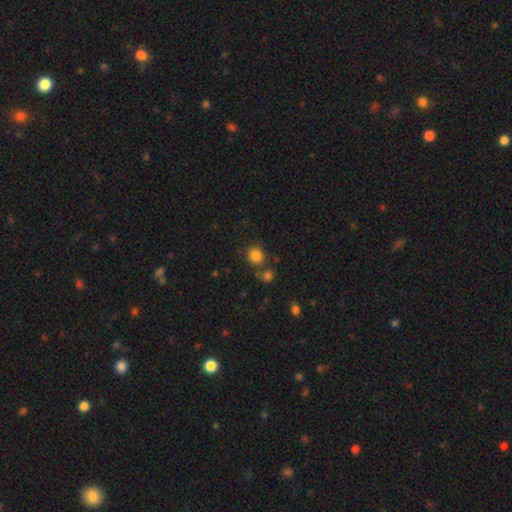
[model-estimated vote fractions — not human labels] Smooth or featured: smooth — 83% (star or artifact — 12%)
How rounded: round — 87% (in between — 12%)
Merging: none — 70% (merger — 15%)